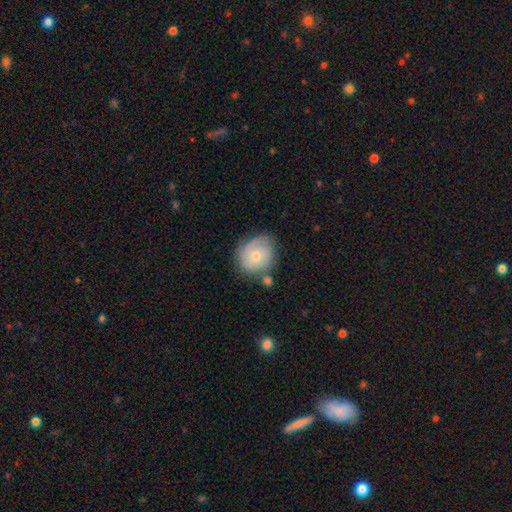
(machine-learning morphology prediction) Smooth or featured? featured or disk (52%)
Edge-on disk? no (97%)
Bar? no (79%)
Spiral arms? yes (84%)
Bulge size? small (51%)
Merging? none (62%)